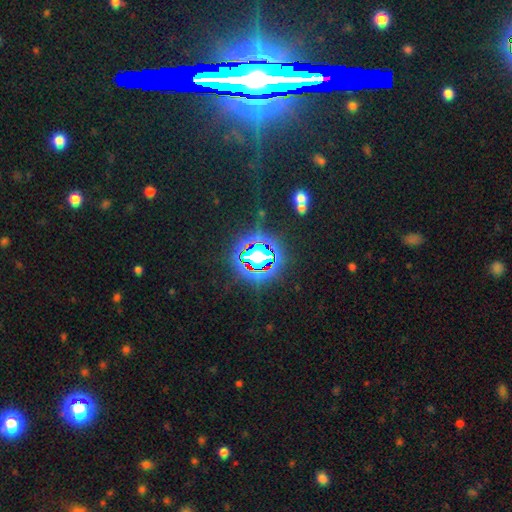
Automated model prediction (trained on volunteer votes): star or artifact 83%, featured or disk 9%, smooth 8%.